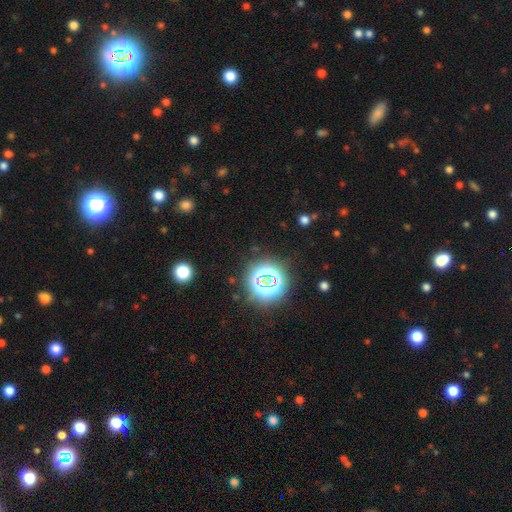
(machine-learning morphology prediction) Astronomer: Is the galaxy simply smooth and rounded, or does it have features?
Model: star or artifact — 78%.